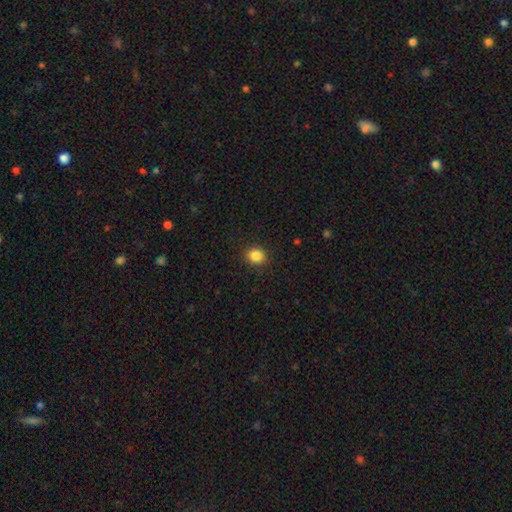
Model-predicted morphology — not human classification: Smooth or featured? smooth (86%)
How rounded? round (75%)
Merging? none (90%)